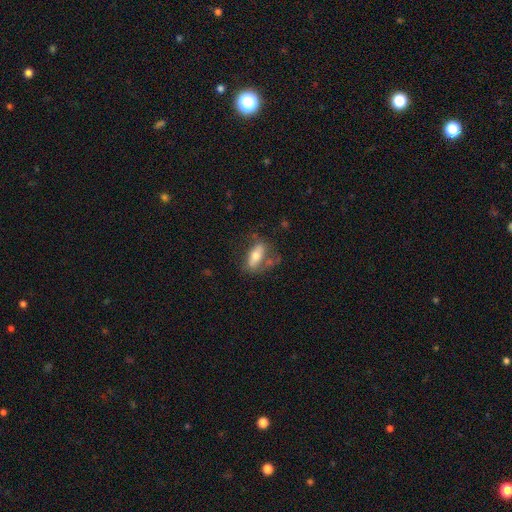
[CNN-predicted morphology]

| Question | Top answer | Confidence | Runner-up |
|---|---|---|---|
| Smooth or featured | smooth | 56% | featured or disk (37%) |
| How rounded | in between | 69% | cigar-shaped (26%) |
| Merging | none | 57% | minor disturbance (23%) |